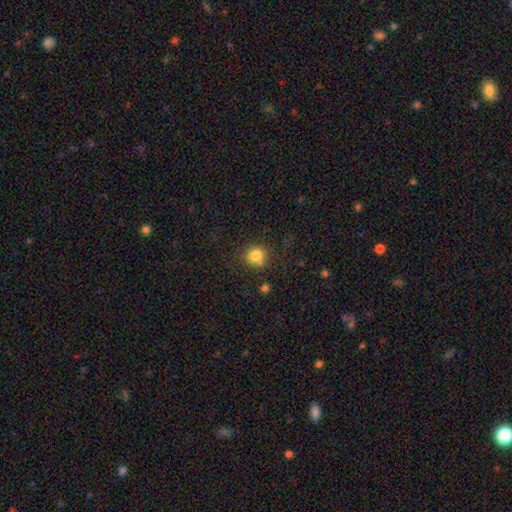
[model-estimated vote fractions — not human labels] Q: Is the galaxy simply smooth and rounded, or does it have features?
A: smooth — 82%.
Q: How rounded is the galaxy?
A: round — 86%.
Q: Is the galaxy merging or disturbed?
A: none — 75%.